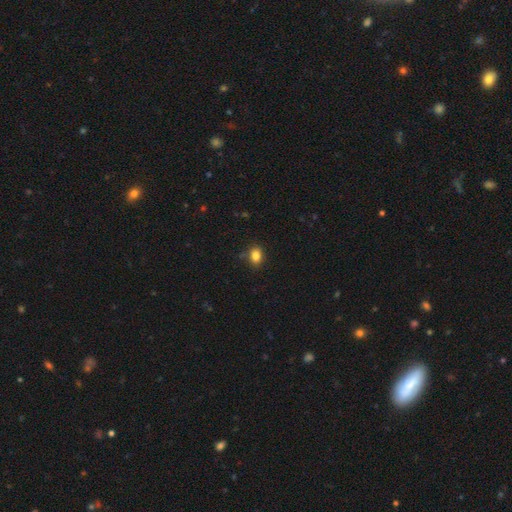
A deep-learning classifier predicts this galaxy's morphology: This appears to be a smooth galaxy with no disk features (84%) that is in between round and cigar-shaped (63%). Merging: none (84%).